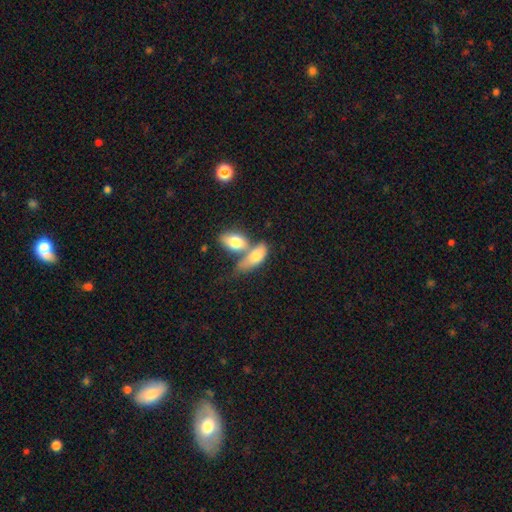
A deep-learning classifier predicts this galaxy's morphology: Smooth or featured?
  - smooth: 75% *
  - featured or disk: 19%
  - star or artifact: 6%
How rounded?
  - in between: 84% *
  - cigar-shaped: 11%
  - round: 6%
Merging?
  - merger: 59% *
  - none: 24%
  - minor disturbance: 10%
  - major disturbance: 7%